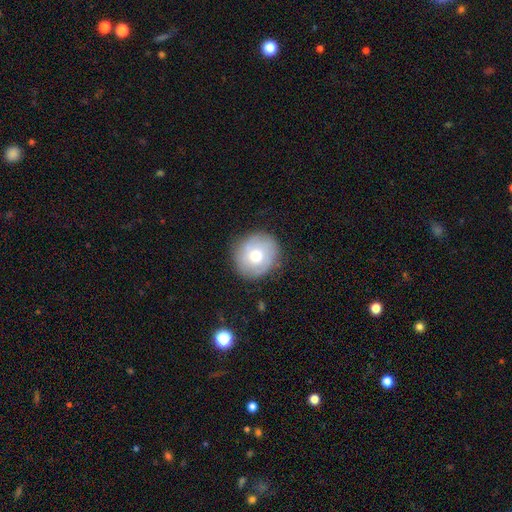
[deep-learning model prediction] A smooth galaxy with no disk features (53%) that is round (86%).

Vote fractions:
- Smooth or featured? smooth: 53% / featured or disk: 39% / star or artifact: 8%
- How rounded? round: 86% / in between: 13% / cigar-shaped: 1%
- Merging? none: 82% / minor disturbance: 13% / major disturbance: 4% / merger: 1%